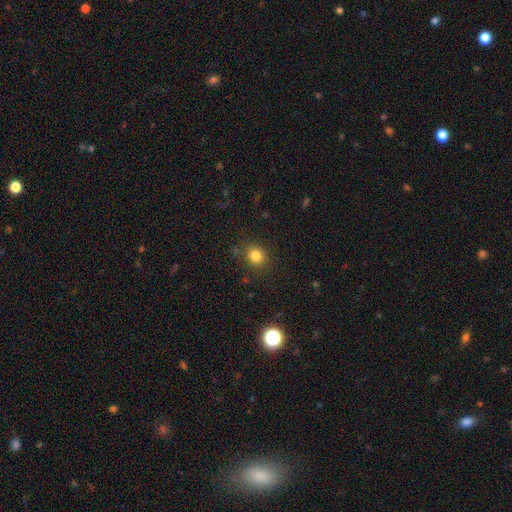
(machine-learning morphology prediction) Q: Smooth or featured?
A: smooth (82%); runner-up: star or artifact (13%)
Q: How rounded?
A: round (78%); runner-up: in between (21%)
Q: Merging?
A: none (84%); runner-up: minor disturbance (10%)